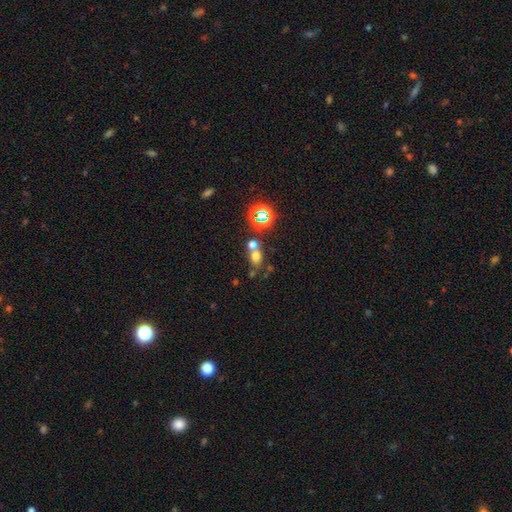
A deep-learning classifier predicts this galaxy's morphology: Overall: smooth (61%; star or artifact 26%). How rounded: round (59%; in between 39%). Merging: none (48%; merger 38%).